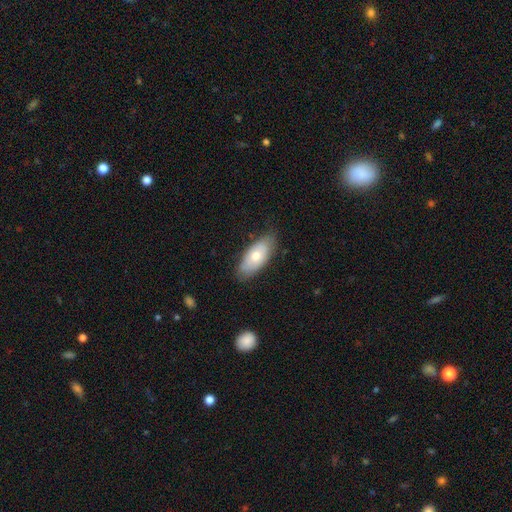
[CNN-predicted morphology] smooth-or-featured: smooth: 67% | featured or disk: 28% | star or artifact: 6%
  how-rounded: in between: 89% | cigar-shaped: 9% | round: 3%
  merging: none: 77% | minor disturbance: 19% | major disturbance: 3% | merger: 1%